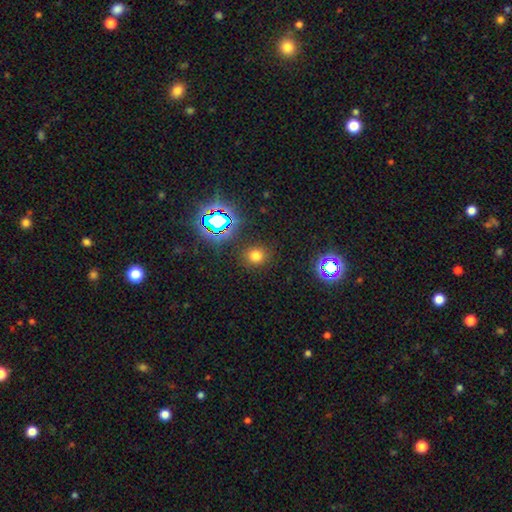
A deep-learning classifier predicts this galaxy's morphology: A smooth galaxy with no disk features (70%) that is round (82%). Merging: none (87%).